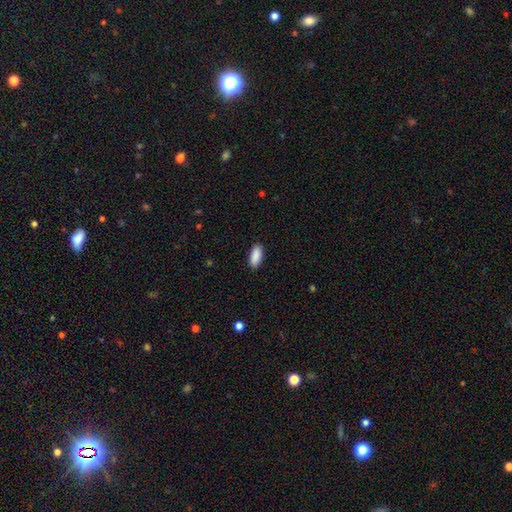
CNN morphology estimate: Q: Smooth or featured?
A: smooth (90%); runner-up: star or artifact (6%)
Q: How rounded?
A: in between (84%); runner-up: cigar-shaped (14%)
Q: Merging?
A: none (89%); runner-up: minor disturbance (8%)